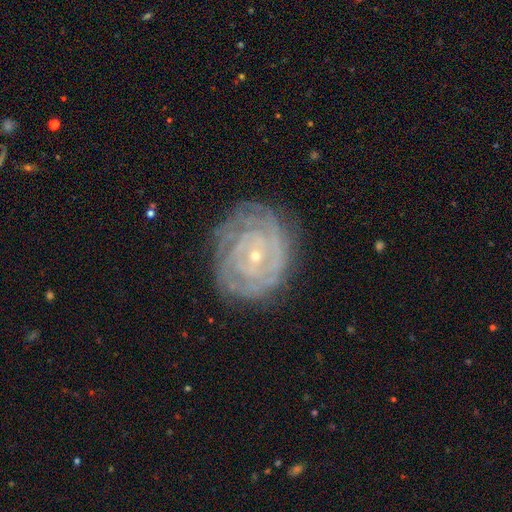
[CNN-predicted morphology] This is clearly a featured or disk galaxy (86%). It is clearly not viewed edge-on (97%). Bar: likely no (72%). Spiral arm pattern: clearly yes (96%). Spiral arm count: marginally can't tell (33%). Spiral winding: clearly tight (85%). Central bulge: clearly small (82%). Merging: likely none (76%).